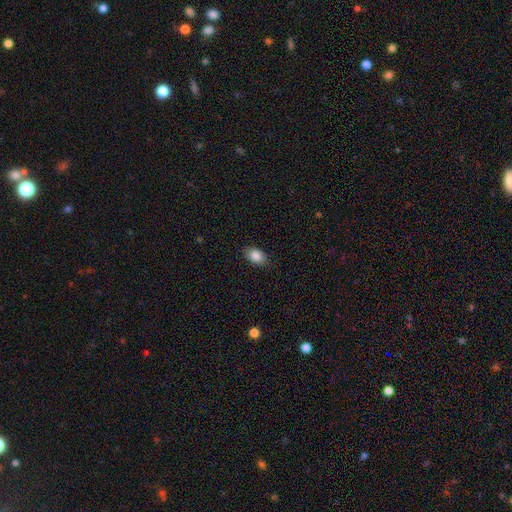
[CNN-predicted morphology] type=smooth (88%); roundness=in between (83%); merging=none (85%).